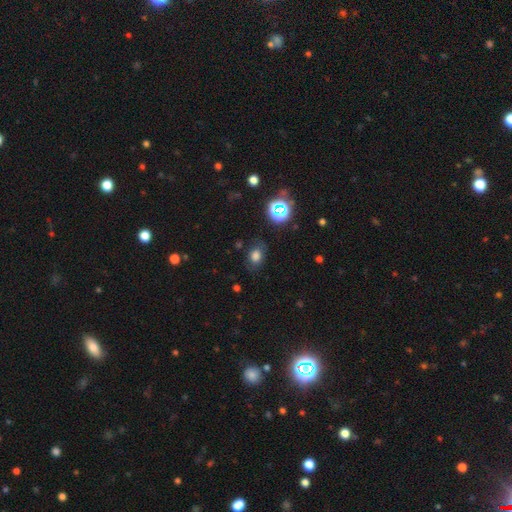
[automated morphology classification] This is likely a smooth galaxy (71%). How rounded: likely in between (61%). Merging: likely none (74%).